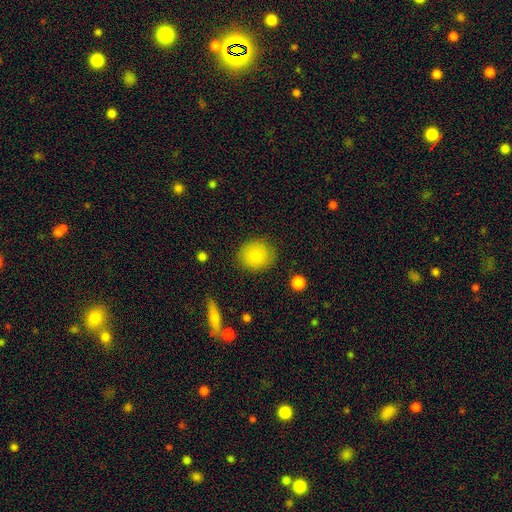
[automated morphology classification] Smooth or featured? smooth (80%)
How rounded? round (81%)
Merging? none (86%)